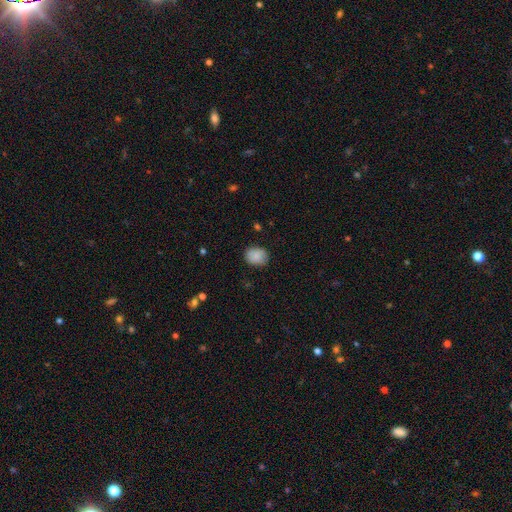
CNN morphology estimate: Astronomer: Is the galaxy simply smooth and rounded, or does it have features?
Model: smooth — 85%.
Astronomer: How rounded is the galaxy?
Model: in between — 51% (runner-up: round, 48%).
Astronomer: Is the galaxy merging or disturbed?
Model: none — 82%.